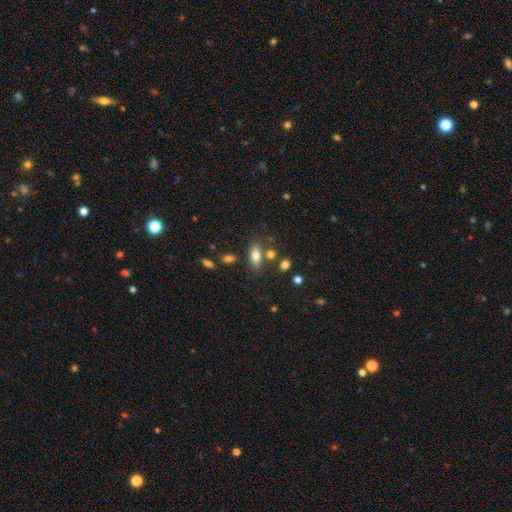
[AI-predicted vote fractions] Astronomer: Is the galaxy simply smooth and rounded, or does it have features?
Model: smooth — 76%.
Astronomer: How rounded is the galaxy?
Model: in between — 83%.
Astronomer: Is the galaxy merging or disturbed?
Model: none — 70%.